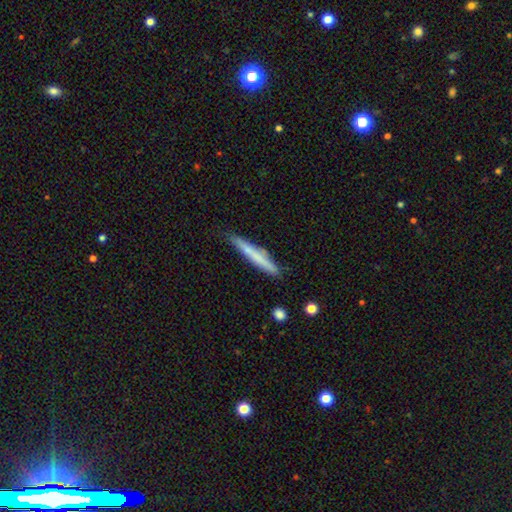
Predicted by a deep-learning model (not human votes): This appears to be a smooth galaxy with no disk features (64%) that is cigar-shaped (95%). Merging: none (81%).